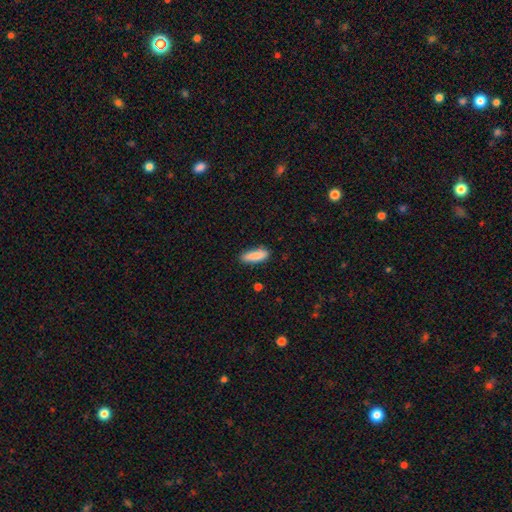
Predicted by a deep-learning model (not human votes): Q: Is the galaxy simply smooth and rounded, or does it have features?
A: smooth — 87%.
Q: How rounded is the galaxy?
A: cigar-shaped — 52%.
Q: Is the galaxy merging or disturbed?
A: none — 83%.